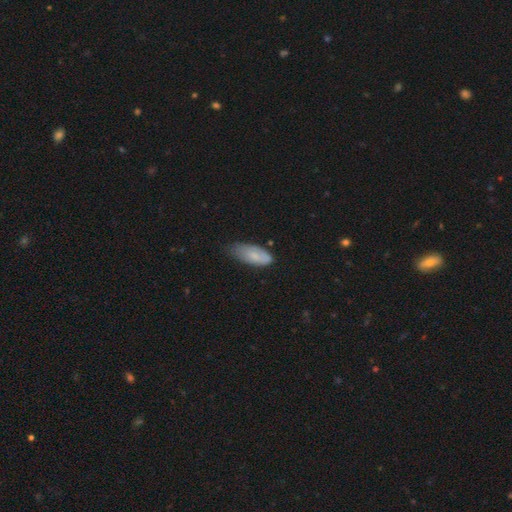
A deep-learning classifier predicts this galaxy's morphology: Q: Smooth or featured?
A: smooth (73%); runner-up: featured or disk (20%)
Q: How rounded?
A: in between (83%); runner-up: cigar-shaped (15%)
Q: Merging?
A: none (45%); runner-up: minor disturbance (43%)